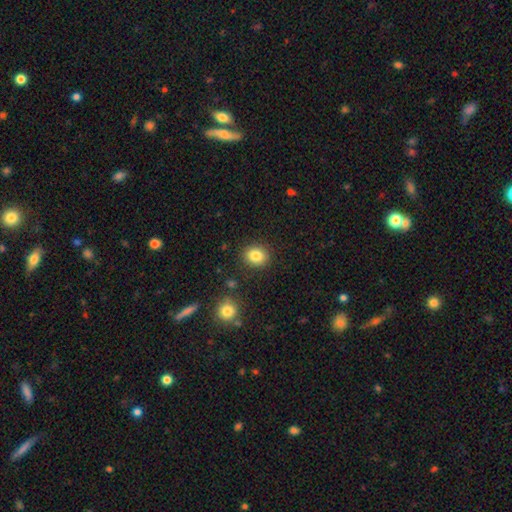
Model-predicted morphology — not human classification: smooth 83%, star or artifact 10%, featured or disk 7%. Down the decision tree: how rounded — round (64%); merging — none (87%).